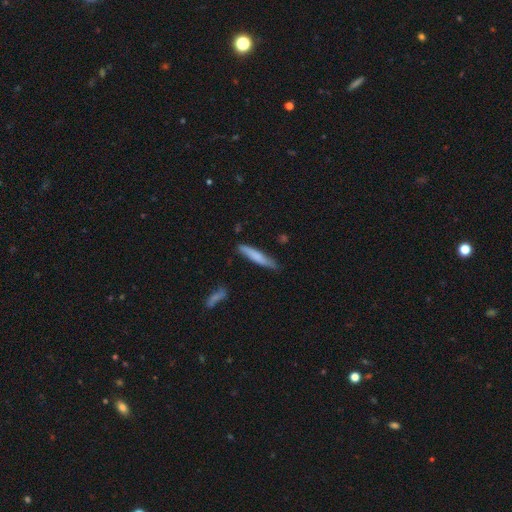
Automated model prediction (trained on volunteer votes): Morphology: type=smooth (71%); roundness=cigar-shaped (91%); merging=none (79%).